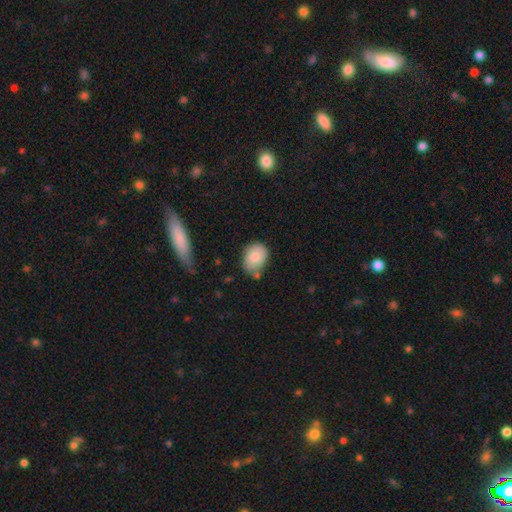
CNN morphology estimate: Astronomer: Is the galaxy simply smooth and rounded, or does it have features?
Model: smooth — 82%.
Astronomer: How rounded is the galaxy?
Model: in between — 56% (runner-up: round, 43%).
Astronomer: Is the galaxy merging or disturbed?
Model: none — 60%.